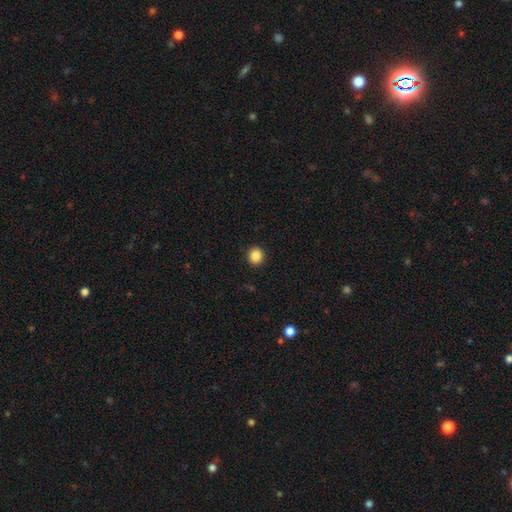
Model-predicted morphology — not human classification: The model was most divided on "smooth or featured": smooth: 87%, star or artifact: 10%, featured or disk: 3%. More confident: merging — none (92%); how rounded — round (90%).